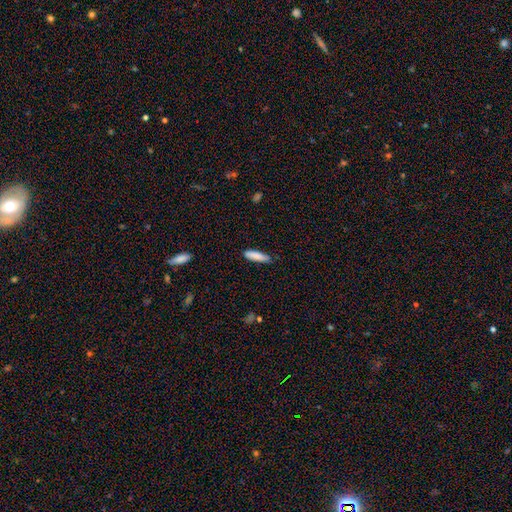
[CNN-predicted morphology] smooth-or-featured: smooth: 85% | featured or disk: 9% | star or artifact: 6%
  how-rounded: cigar-shaped: 65% | in between: 34% | round: 1%
  merging: none: 80% | minor disturbance: 16% | major disturbance: 2% | merger: 1%